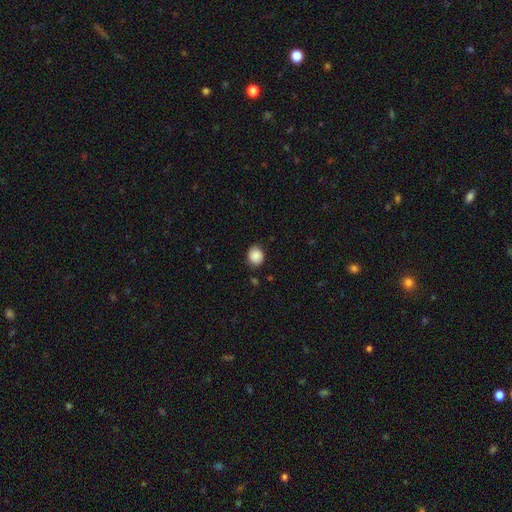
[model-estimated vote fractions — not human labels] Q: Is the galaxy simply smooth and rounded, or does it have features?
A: smooth — 88%.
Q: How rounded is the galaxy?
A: round — 71%.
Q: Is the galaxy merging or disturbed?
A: none — 84%.